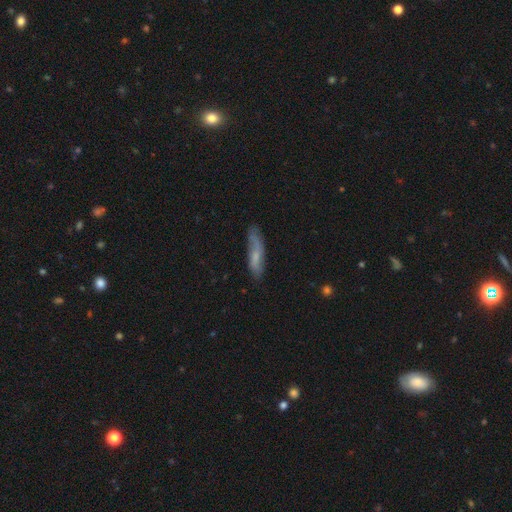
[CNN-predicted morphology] Overall: smooth (53%; featured or disk 40%). How rounded: cigar-shaped (69%). Merging: none (66%).